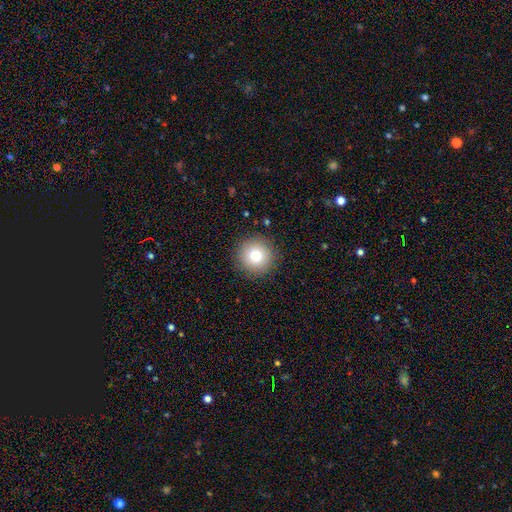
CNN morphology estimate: This is likely a smooth galaxy (80%). How rounded: clearly round (95%). Merging: clearly none (90%).